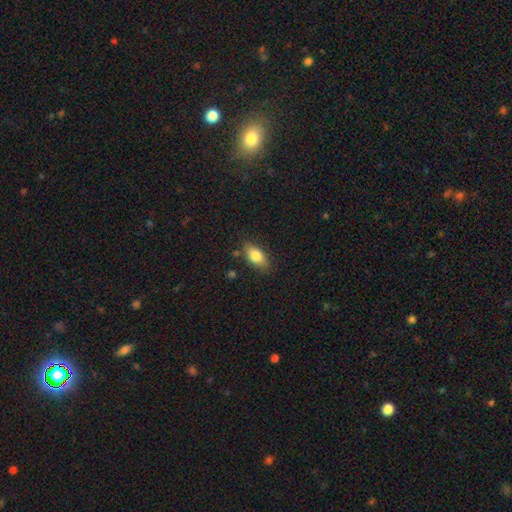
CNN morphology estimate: Smooth or featured: smooth — 80% (featured or disk — 12%)
How rounded: in between — 87% (cigar-shaped — 7%)
Merging: none — 80% (minor disturbance — 15%)